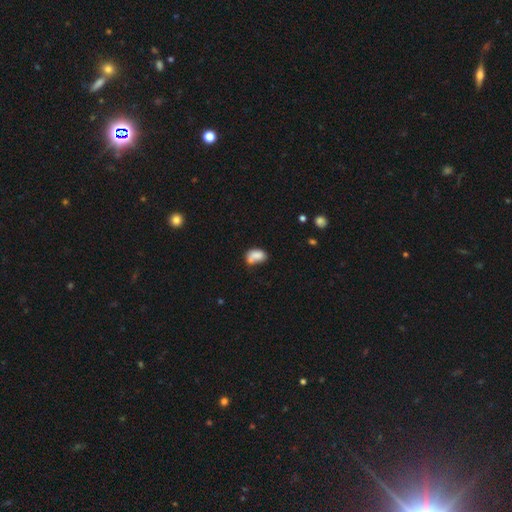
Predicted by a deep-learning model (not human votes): smooth-or-featured: smooth: 77% | featured or disk: 13% | star or artifact: 9%
  how-rounded: in between: 86% | round: 13% | cigar-shaped: 2%
  merging: none: 34% | merger: 27% | minor disturbance: 24% | major disturbance: 15%